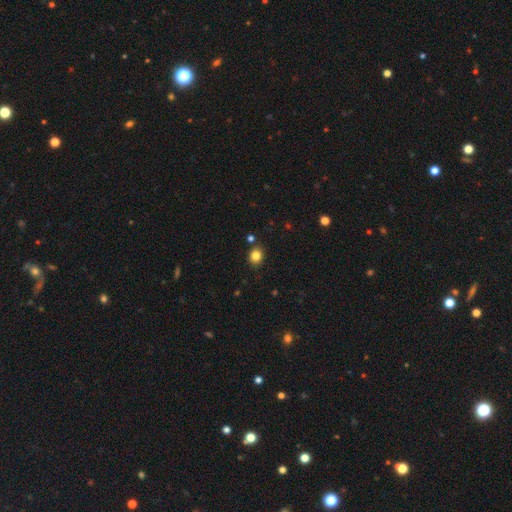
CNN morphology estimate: The model was most divided on "how rounded": round: 67%, in between: 32%, cigar-shaped: 1%. More confident: merging — none (86%); smooth or featured — smooth (83%).